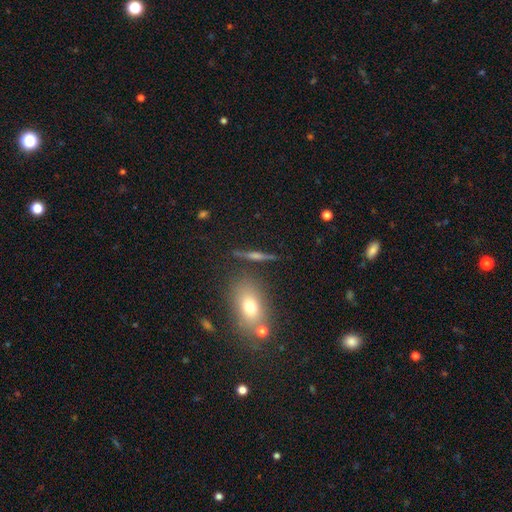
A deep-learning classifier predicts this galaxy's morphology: Smooth or featured?
  - featured or disk: 52% *
  - smooth: 34%
  - star or artifact: 14%
Edge-on disk?
  - yes: 91% *
  - no: 9%
Merging?
  - none: 80% *
  - minor disturbance: 11%
  - merger: 6%
  - major disturbance: 4%